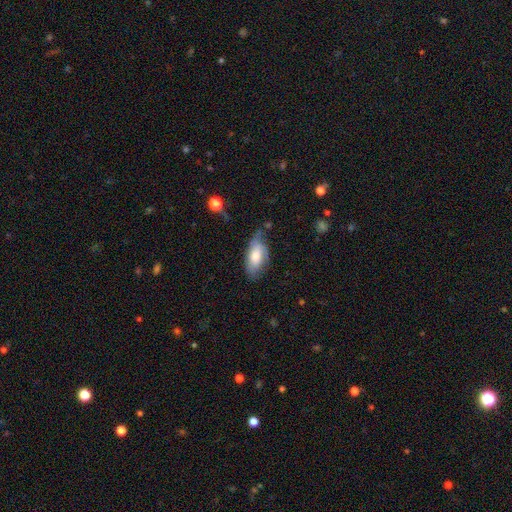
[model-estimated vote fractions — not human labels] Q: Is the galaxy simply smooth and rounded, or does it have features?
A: smooth — 65%.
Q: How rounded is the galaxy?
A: in between — 89%.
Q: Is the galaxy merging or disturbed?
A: none — 48%.